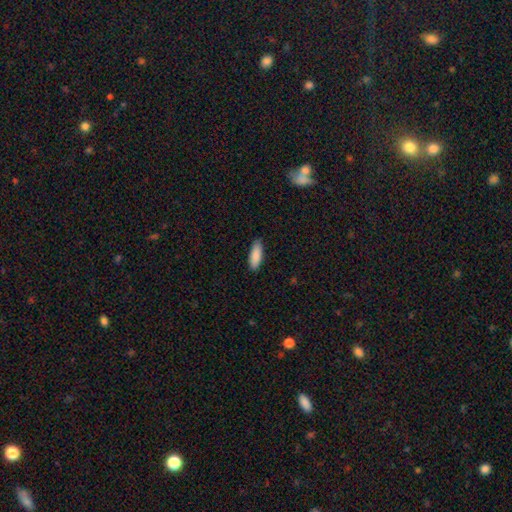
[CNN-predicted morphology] smooth 89%, star or artifact 6%, featured or disk 5%. Down the decision tree: how rounded — in between (65%); merging — none (86%).